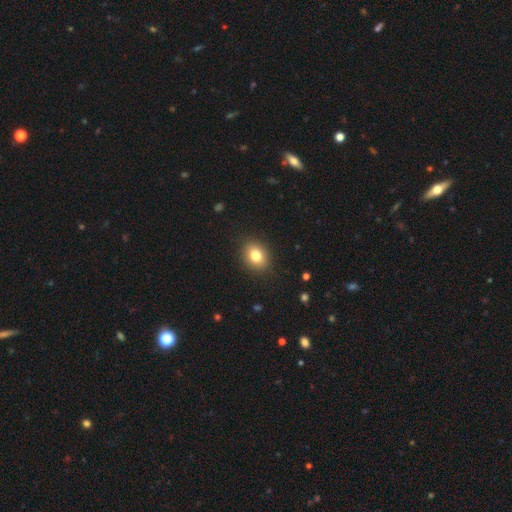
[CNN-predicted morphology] Overall: smooth (80%). How rounded: in between (56%; round 43%). Merging: none (88%).